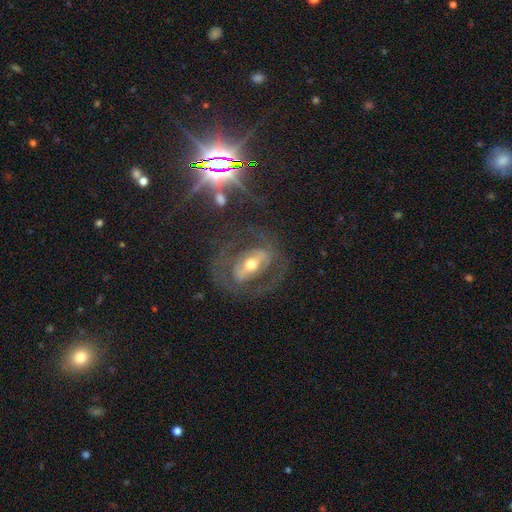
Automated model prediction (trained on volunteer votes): smooth_or_featured: featured or disk (p=0.70) [alt: star or artifact p=0.18]
disk_edge_on: no (p=0.87) [alt: yes p=0.13]
bar: strong (p=0.59) [alt: weak p=0.22]
has_spiral_arms: yes (p=0.53) [alt: no p=0.47]
bulge_size: moderate (p=0.61) [alt: small p=0.30]
merging: none (p=0.69) [alt: major disturbance p=0.16]